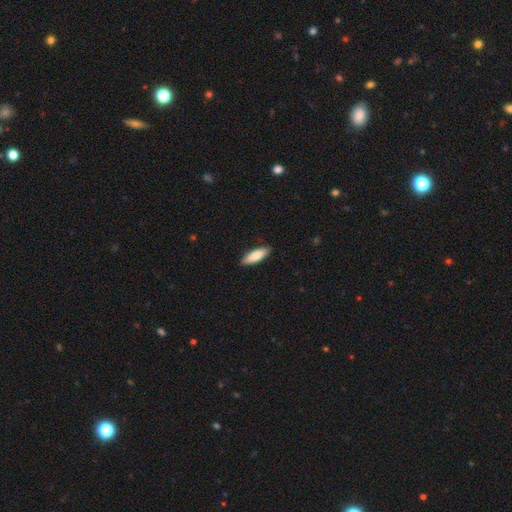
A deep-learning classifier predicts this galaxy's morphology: Smooth or featured? smooth (82%)
How rounded? in between (57%)
Merging? none (88%)